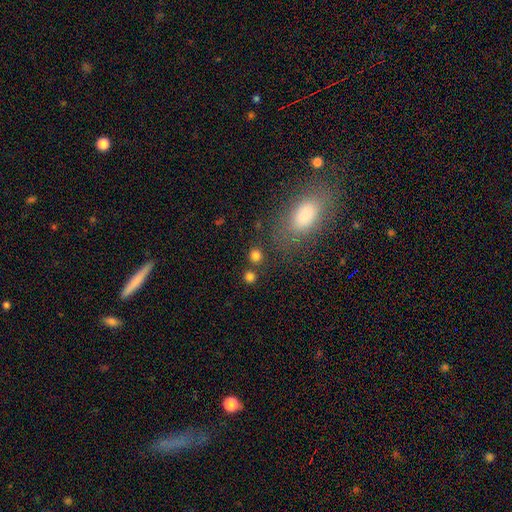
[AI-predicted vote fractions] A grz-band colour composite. It shows a smooth galaxy with no disk features (80%) that is round (84%). Merging: none (78%).